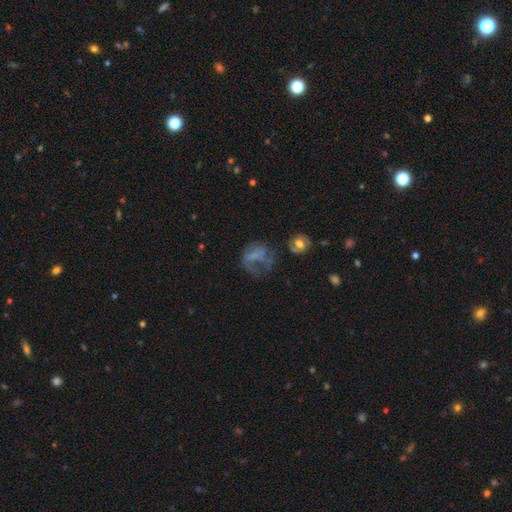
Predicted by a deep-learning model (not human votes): A featured or disk galaxy (43%). Merging: major disturbance (41%).